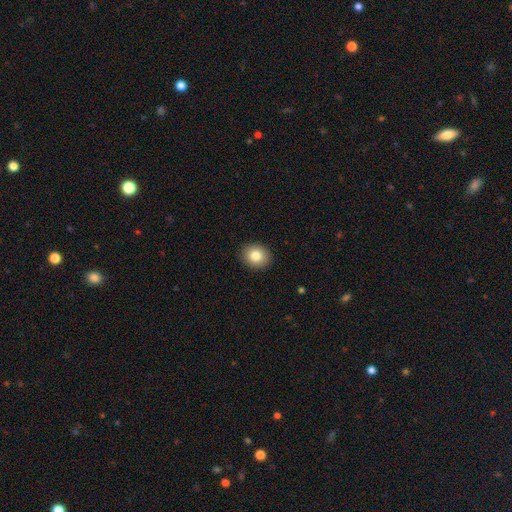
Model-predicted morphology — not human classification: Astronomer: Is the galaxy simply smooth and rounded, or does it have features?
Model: smooth — 82%.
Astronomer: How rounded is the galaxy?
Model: round — 62% (runner-up: in between, 38%).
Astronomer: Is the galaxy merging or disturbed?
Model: none — 91%.